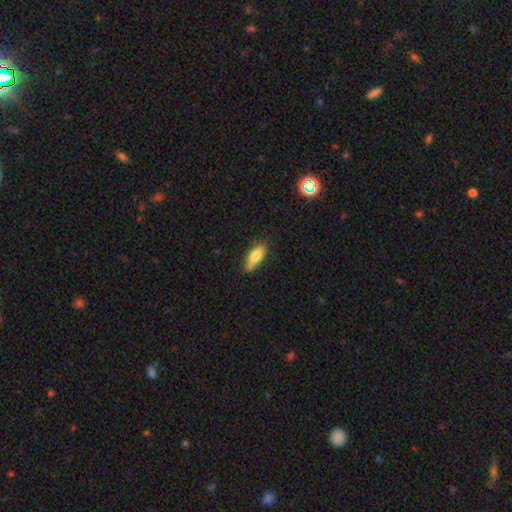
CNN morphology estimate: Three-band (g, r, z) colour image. It shows a smooth galaxy with no disk features (73%) that is in between round and cigar-shaped (62%). Merging: none (74%).